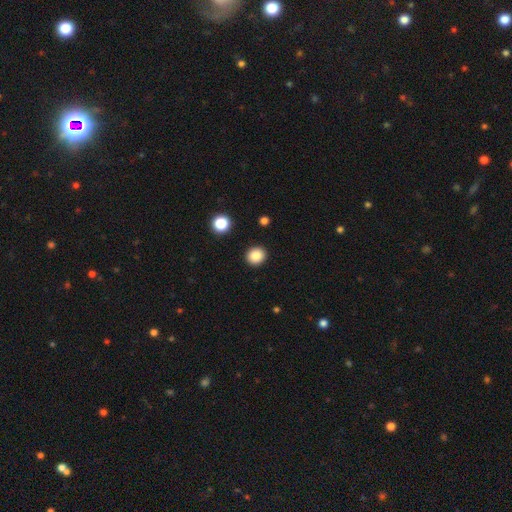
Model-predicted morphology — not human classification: type=smooth (86%); roundness=round (83%); merging=none (91%).